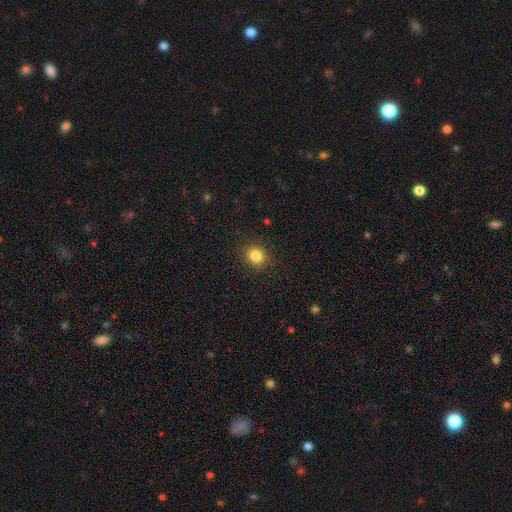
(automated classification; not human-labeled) The model was most divided on "how rounded": round: 81%, in between: 18%, cigar-shaped: 1%. More confident: merging — none (90%); smooth or featured — smooth (84%).